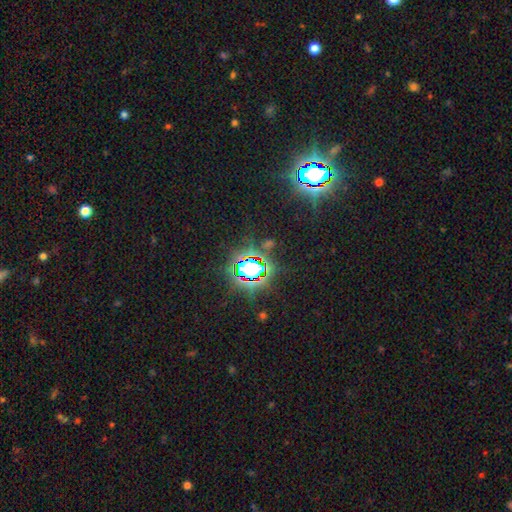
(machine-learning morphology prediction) A star or artifact, not a galaxy (82%).

Vote fractions:
- Smooth or featured? star or artifact: 82% / smooth: 10% / featured or disk: 7%